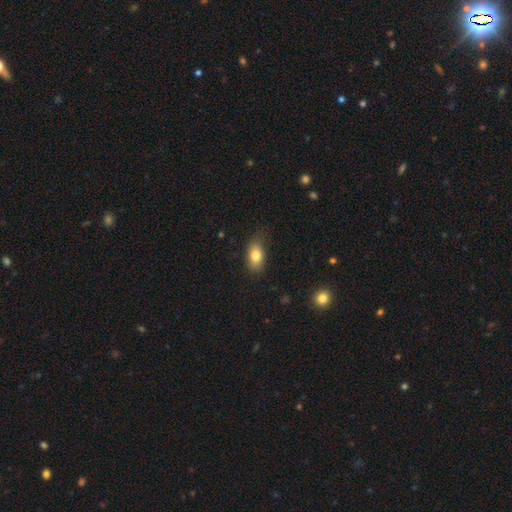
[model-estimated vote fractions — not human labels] Smooth or featured? smooth (80%)
How rounded? in between (88%)
Merging? none (73%)